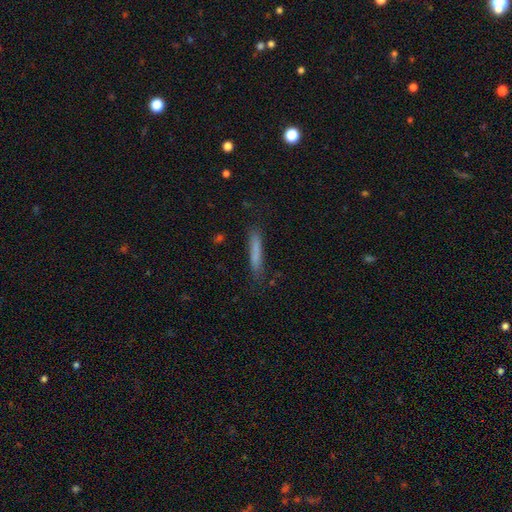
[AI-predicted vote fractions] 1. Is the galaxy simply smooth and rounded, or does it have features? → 75% smooth, 17% featured or disk, 8% star or artifact.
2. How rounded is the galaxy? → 94% cigar-shaped, 5% in between, 1% round.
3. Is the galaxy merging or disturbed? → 82% none, 13% minor disturbance, 3% major disturbance, 2% merger.